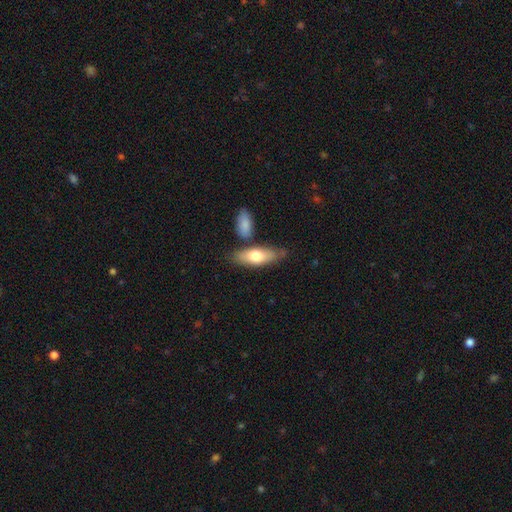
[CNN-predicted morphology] Smooth or featured? smooth (70%)
How rounded? in between (67%)
Merging? none (66%)